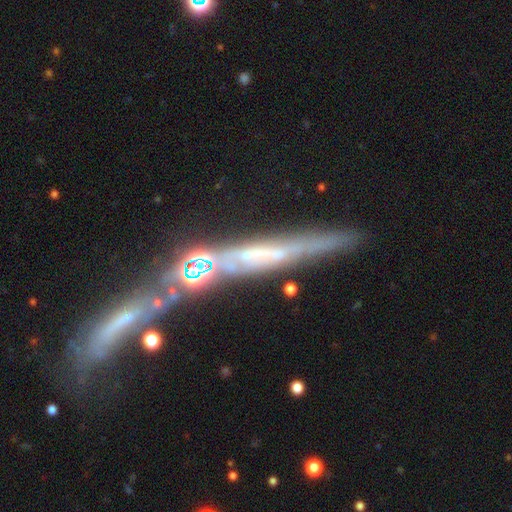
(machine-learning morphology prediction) Q: Smooth or featured?
A: featured or disk (65%); runner-up: smooth (18%)
Q: Edge-on disk?
A: yes (85%); runner-up: no (15%)
Q: Edge-on bulge?
A: none (68%); runner-up: rounded (20%)
Q: Merging?
A: none (55%); runner-up: merger (20%)